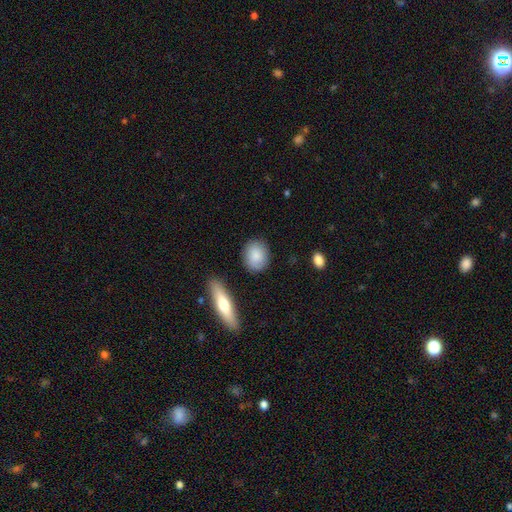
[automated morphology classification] Smooth or featured: smooth — 85% (featured or disk — 9%)
How rounded: round — 55% (in between — 42%)
Merging: none — 85% (minor disturbance — 11%)